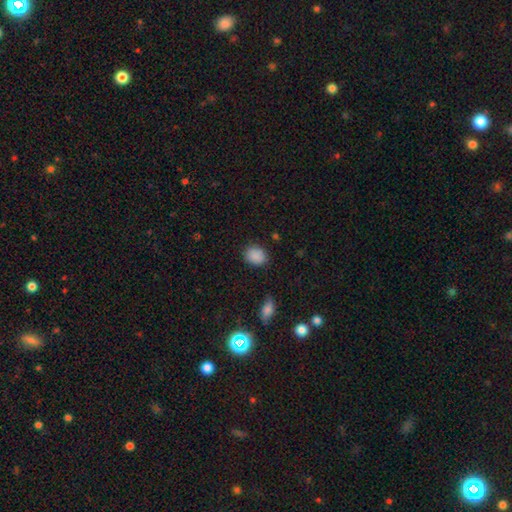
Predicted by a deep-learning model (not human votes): smooth_or_featured: smooth (p=0.87) [alt: star or artifact p=0.09]
how_rounded: in between (p=0.52) [alt: round p=0.47]
merging: none (p=0.84) [alt: minor disturbance p=0.11]